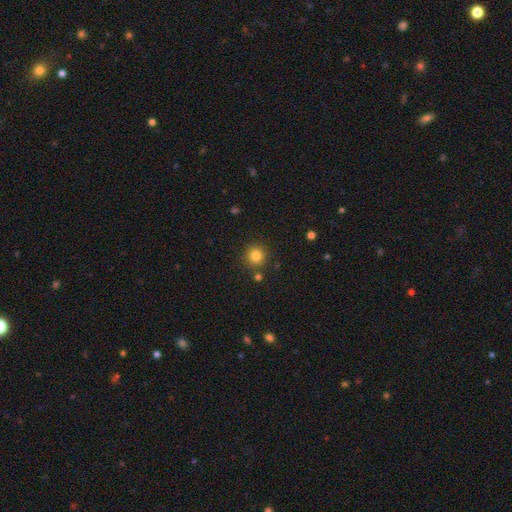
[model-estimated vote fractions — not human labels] smooth 82%, star or artifact 12%, featured or disk 5%. Down the decision tree: how rounded — round (94%); merging — none (86%).